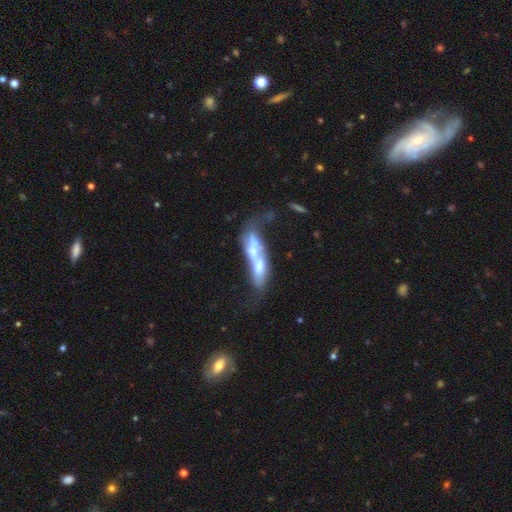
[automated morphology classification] Smooth or featured? Predicted: featured or disk (p=0.55). Edge-on disk? Predicted: no (p=0.74). Merging? Predicted: merger (p=0.57).